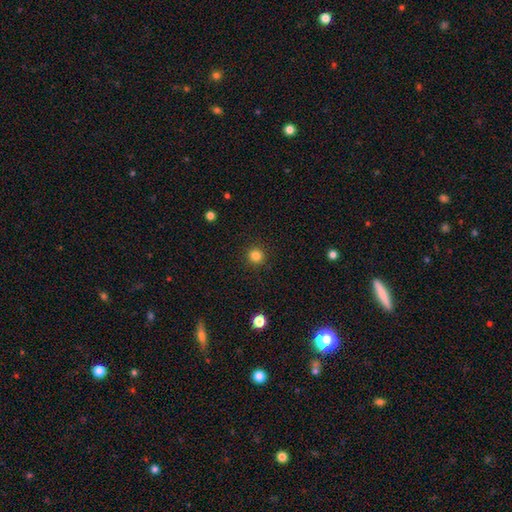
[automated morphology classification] type=smooth (83%); roundness=round (94%); merging=none (92%).